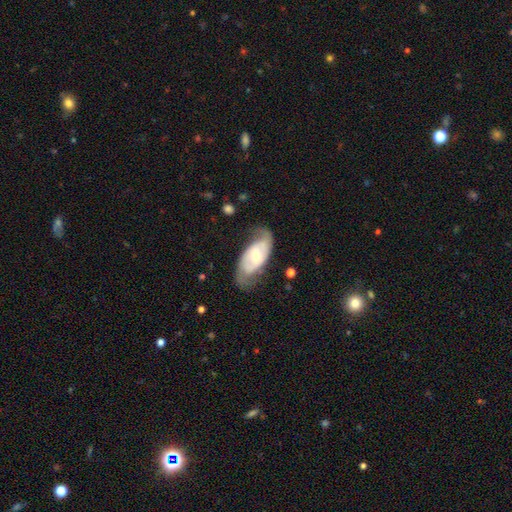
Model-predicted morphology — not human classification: Smooth or featured: featured or disk — 73% (smooth — 22%)
Edge-on disk: no — 94% (yes — 6%)
Bar: no — 51% (weak — 35%)
Spiral arms: yes — 85% (no — 15%)
Spiral winding: medium — 42% (loose — 33%)
Spiral arm count: 2 — 81% (can't tell — 12%)
Bulge size: small — 48% (moderate — 45%)
Merging: none — 60% (minor disturbance — 24%)